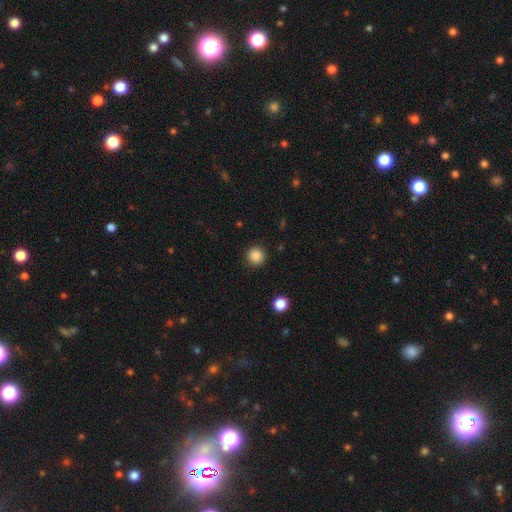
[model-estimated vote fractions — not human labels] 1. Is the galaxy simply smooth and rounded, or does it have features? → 86% smooth, 11% star or artifact, 3% featured or disk.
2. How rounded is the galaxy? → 95% round, 4% in between, 1% cigar-shaped.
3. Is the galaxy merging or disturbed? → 91% none, 6% minor disturbance, 2% major disturbance, 1% merger.